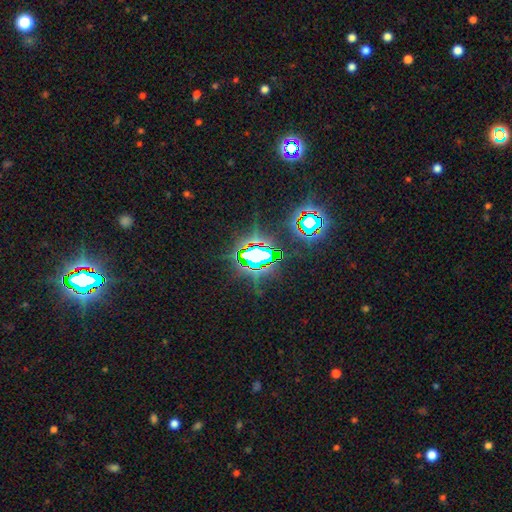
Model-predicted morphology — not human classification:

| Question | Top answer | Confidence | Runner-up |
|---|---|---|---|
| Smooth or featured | star or artifact | 77% | smooth (12%) |